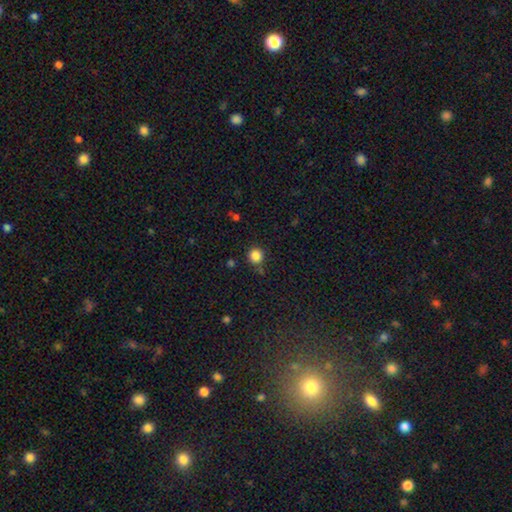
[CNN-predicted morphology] type=smooth (84%); roundness=round (94%); merging=none (84%).